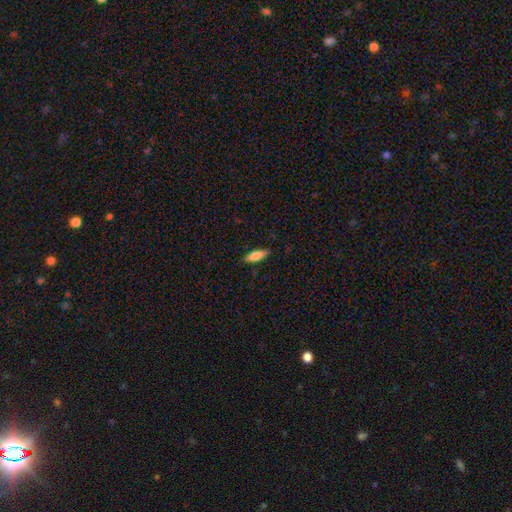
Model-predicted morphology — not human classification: type=smooth (76%); roundness=in between (57%); merging=none (86%).